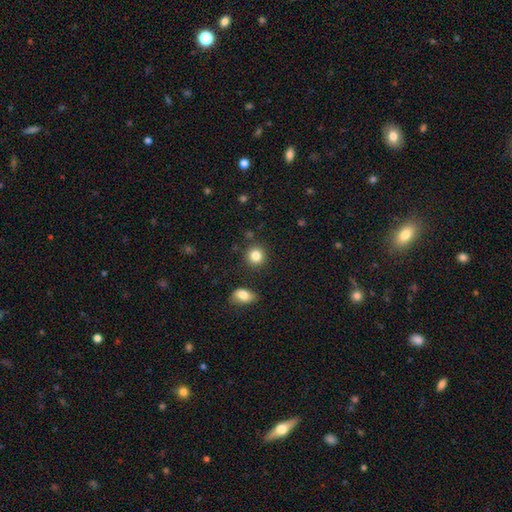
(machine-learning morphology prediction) Q: Smooth or featured?
A: smooth (84%); runner-up: star or artifact (10%)
Q: How rounded?
A: round (89%); runner-up: in between (10%)
Q: Merging?
A: none (87%); runner-up: minor disturbance (7%)